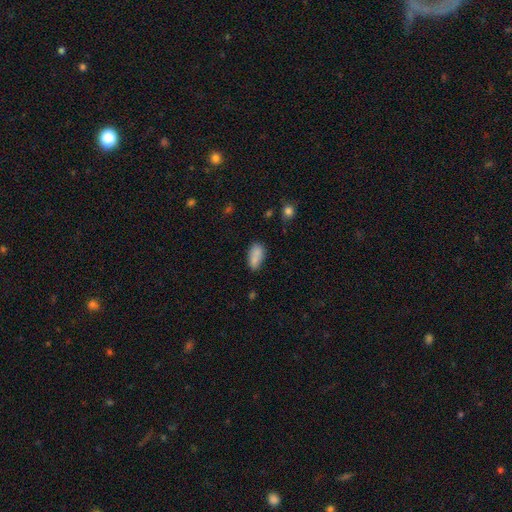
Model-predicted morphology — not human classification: smooth-or-featured: smooth: 84% | star or artifact: 8% | featured or disk: 8%
  how-rounded: in between: 86% | cigar-shaped: 10% | round: 3%
  merging: none: 64% | minor disturbance: 22% | merger: 9% | major disturbance: 5%